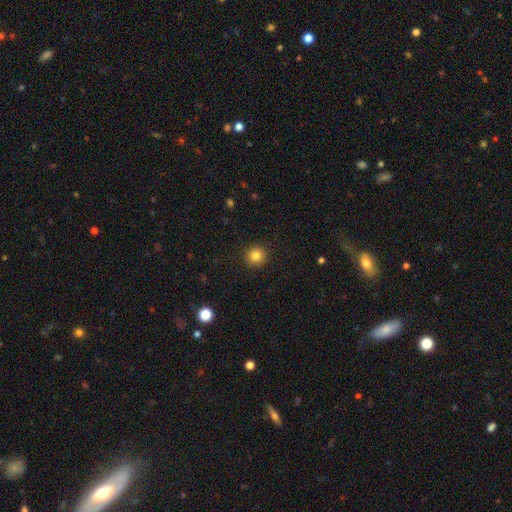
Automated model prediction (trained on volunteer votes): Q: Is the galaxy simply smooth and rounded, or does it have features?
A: smooth — 83%.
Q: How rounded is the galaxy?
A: round — 93%.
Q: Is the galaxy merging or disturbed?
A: none — 92%.